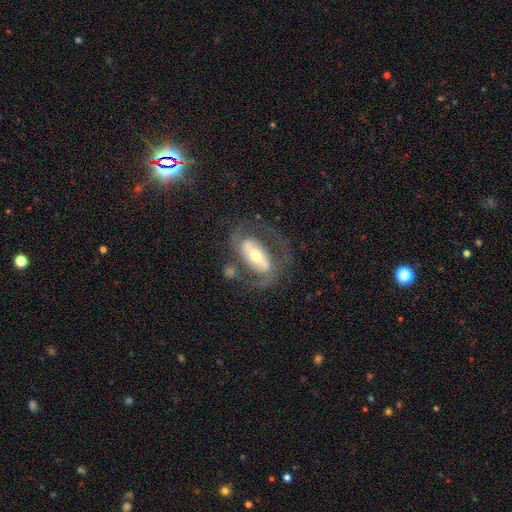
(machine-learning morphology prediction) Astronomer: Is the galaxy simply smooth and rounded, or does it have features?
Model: featured or disk — 80%.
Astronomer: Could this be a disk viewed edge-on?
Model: no — 94%.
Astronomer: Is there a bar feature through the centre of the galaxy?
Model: strong — 45% (runner-up: weak, 29%).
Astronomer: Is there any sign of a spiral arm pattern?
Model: yes — 84%.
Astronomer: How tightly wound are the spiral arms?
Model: medium — 49% (runner-up: tight, 30%).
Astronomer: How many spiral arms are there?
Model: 2 — 82%.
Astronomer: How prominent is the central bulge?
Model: moderate — 55% (runner-up: small, 36%).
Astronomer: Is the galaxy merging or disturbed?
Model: none — 57%.